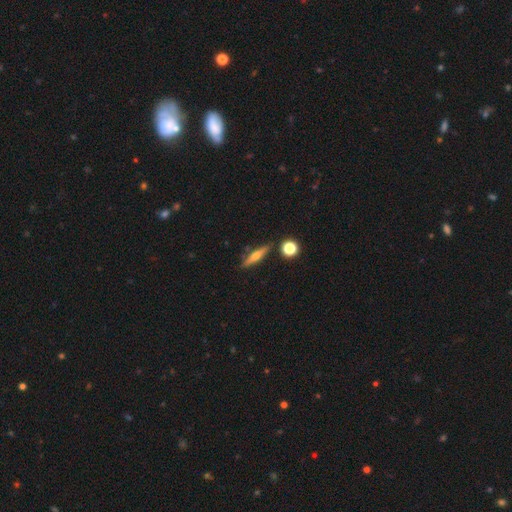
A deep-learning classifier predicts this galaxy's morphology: This is possibly a featured or disk galaxy (48%). Merging: clearly none (83%).